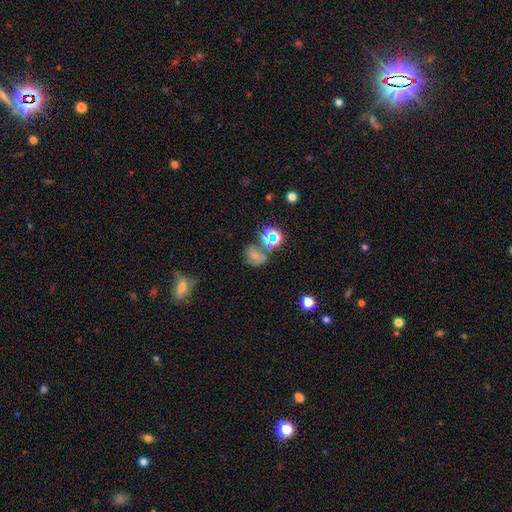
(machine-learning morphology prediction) The model was most divided on "how rounded": round: 55%, in between: 44%, cigar-shaped: 1%. Remaining: smooth or featured — smooth (57%); merging — none (46%).